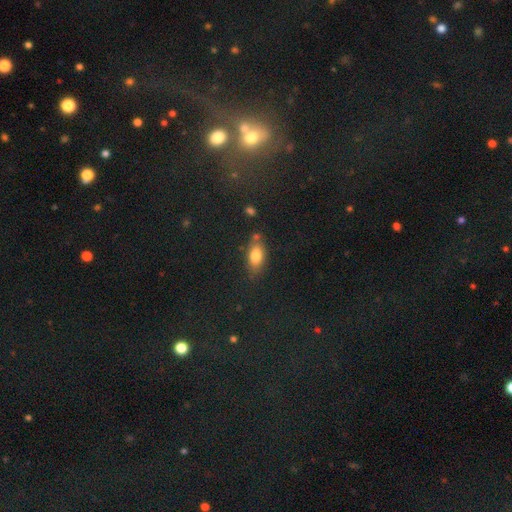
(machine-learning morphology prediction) type=smooth (77%); roundness=in between (84%); merging=none (72%).